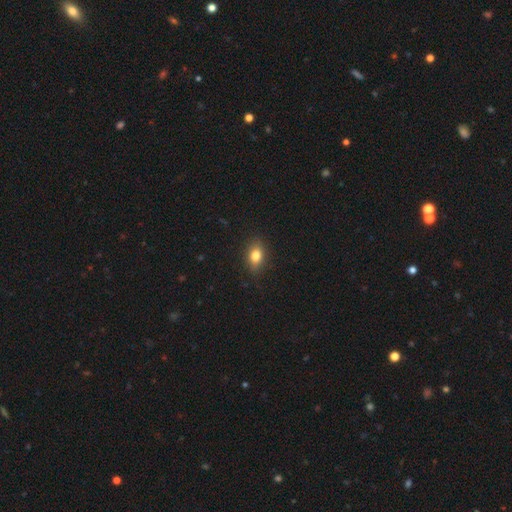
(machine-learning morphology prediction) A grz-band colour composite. It shows a smooth galaxy with no disk features (80%) that is in between round and cigar-shaped (77%). Merging: none (86%).